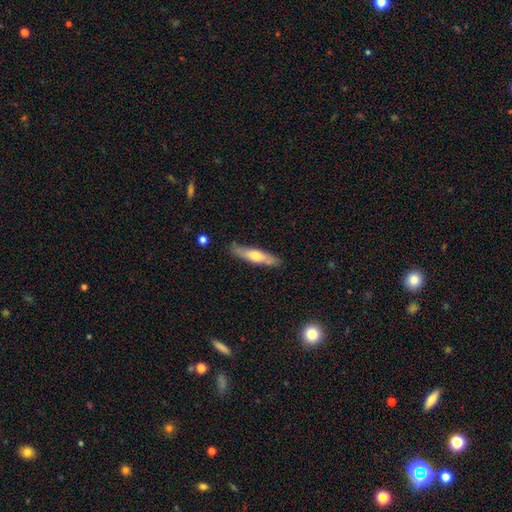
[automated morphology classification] smooth 54%, featured or disk 41%, star or artifact 5%. Down the decision tree: how rounded — cigar-shaped (78%); merging — none (80%).